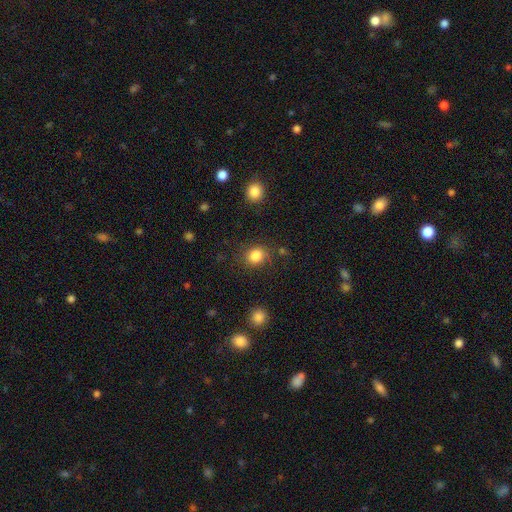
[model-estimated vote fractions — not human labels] A smooth galaxy with no disk features (85%) that is round (70%). Merging: none (81%).